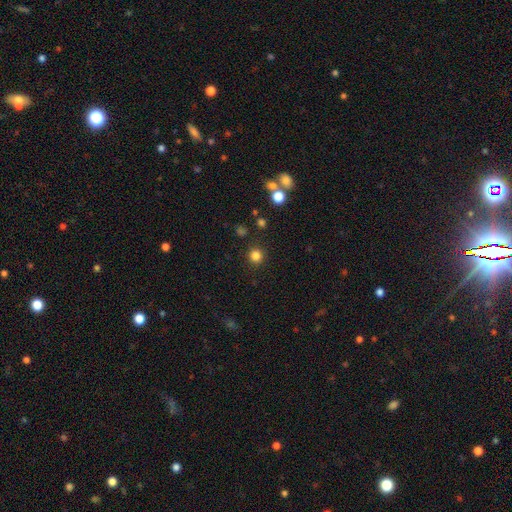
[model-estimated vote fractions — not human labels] smooth 82%, star or artifact 14%, featured or disk 4%. Down the decision tree: how rounded — round (94%); merging — none (90%).